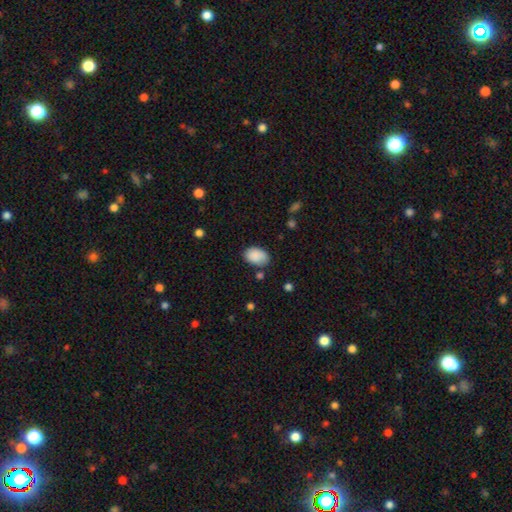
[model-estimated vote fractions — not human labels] Q: Smooth or featured?
A: smooth (89%); runner-up: star or artifact (7%)
Q: How rounded?
A: in between (86%); runner-up: round (13%)
Q: Merging?
A: none (75%); runner-up: minor disturbance (18%)